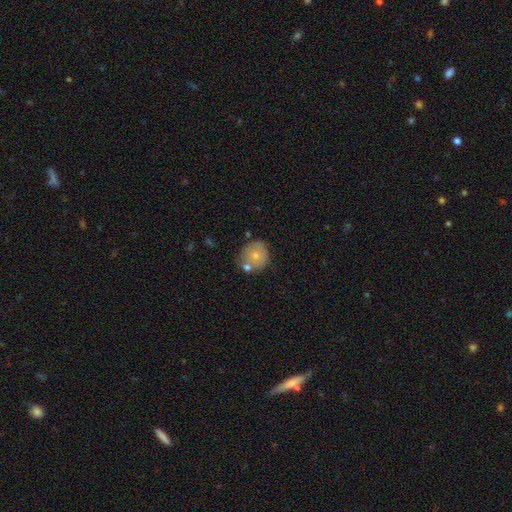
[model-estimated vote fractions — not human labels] This is likely a smooth galaxy (69%). How rounded: clearly round (84%). Merging: possibly none (60%).